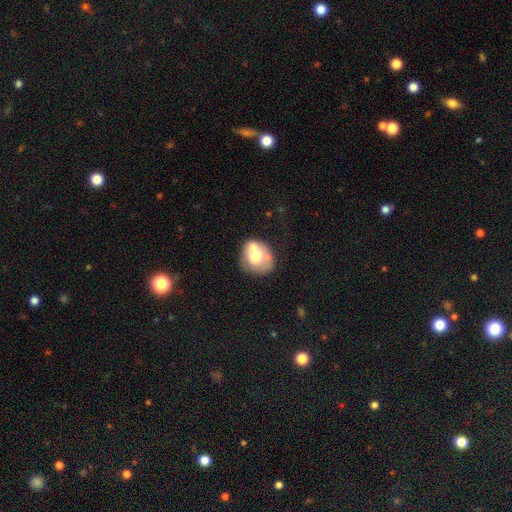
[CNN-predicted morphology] Smooth or featured?
  - smooth: 59% *
  - featured or disk: 33%
  - star or artifact: 8%
How rounded?
  - round: 64% *
  - in between: 35%
  - cigar-shaped: 1%
Merging?
  - none: 42% *
  - merger: 30%
  - minor disturbance: 19%
  - major disturbance: 9%